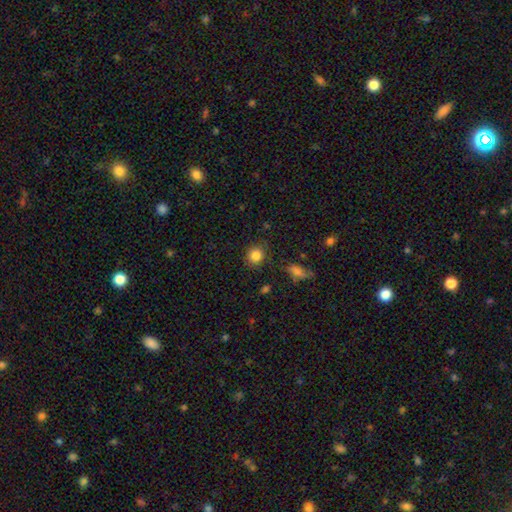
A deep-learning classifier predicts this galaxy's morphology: Smooth or featured? smooth (85%)
How rounded? round (85%)
Merging? none (85%)